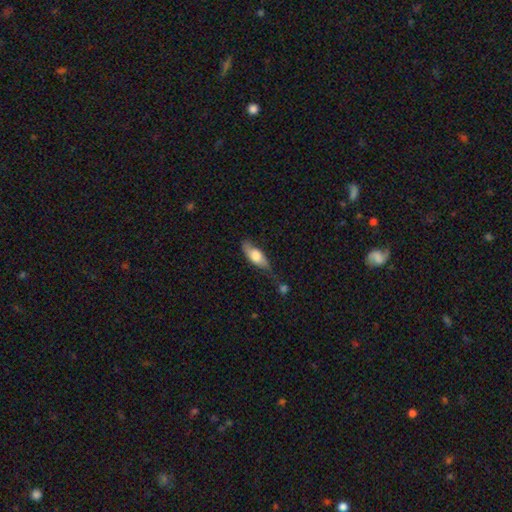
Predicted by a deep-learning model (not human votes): Q: Smooth or featured?
A: smooth (64%); runner-up: featured or disk (30%)
Q: How rounded?
A: in between (71%); runner-up: cigar-shaped (26%)
Q: Merging?
A: none (51%); runner-up: minor disturbance (31%)